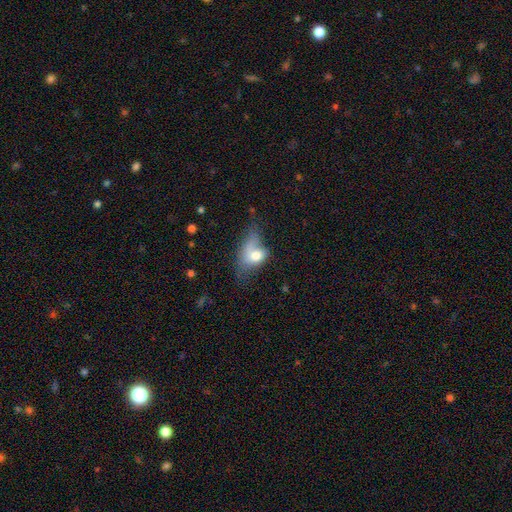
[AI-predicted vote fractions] smooth-or-featured: smooth: 67% | featured or disk: 23% | star or artifact: 10%
  how-rounded: in between: 77% | round: 19% | cigar-shaped: 4%
  merging: major disturbance: 36% | minor disturbance: 26% | none: 21% | merger: 17%